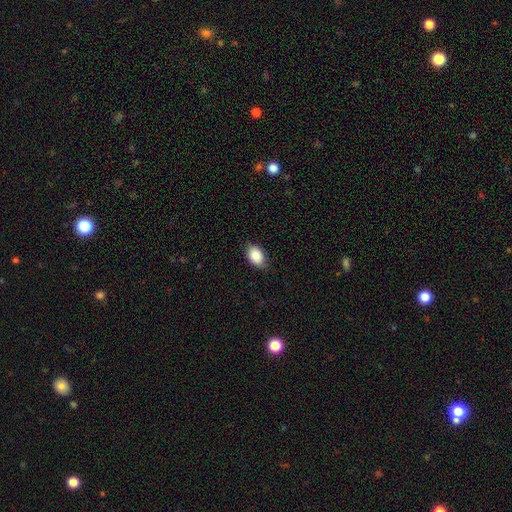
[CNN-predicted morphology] A smooth galaxy with no disk features (86%) that is in between round and cigar-shaped (87%). Merging: none (80%).